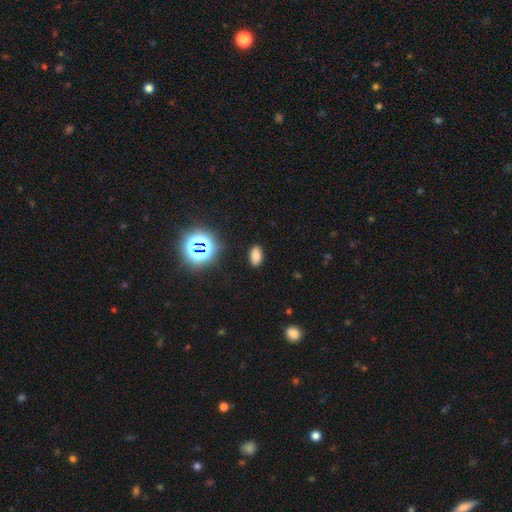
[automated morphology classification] Smooth or featured? smooth (74%)
How rounded? in between (91%)
Merging? none (87%)